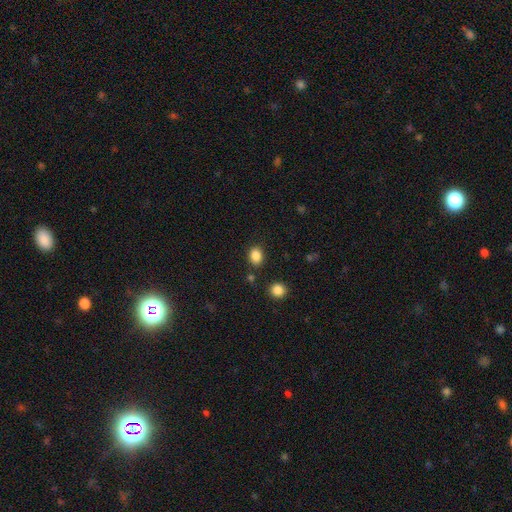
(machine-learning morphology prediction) The model was most divided on "how rounded": in between: 57%, round: 42%, cigar-shaped: 1%. More confident: smooth or featured — smooth (86%); merging — none (82%).